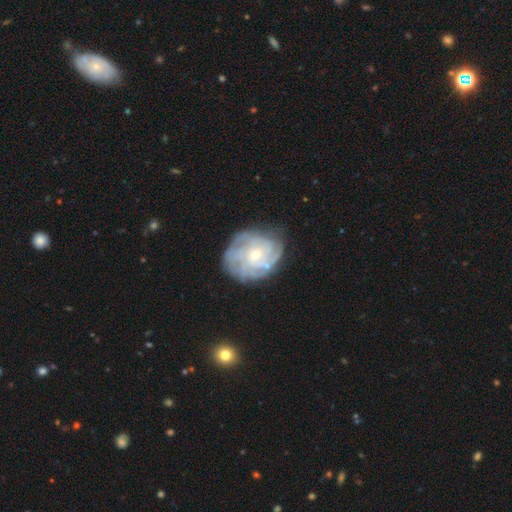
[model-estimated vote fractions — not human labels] Overall: featured or disk (74%). Edge-on disk: no (97%). Bar: no (75%). Spiral arms: yes (82%). Spiral arm count: can't tell (52%; 4 14%). Spiral winding: tight (66%). Bulge size: small (65%; moderate 30%). Merging: none (69%).